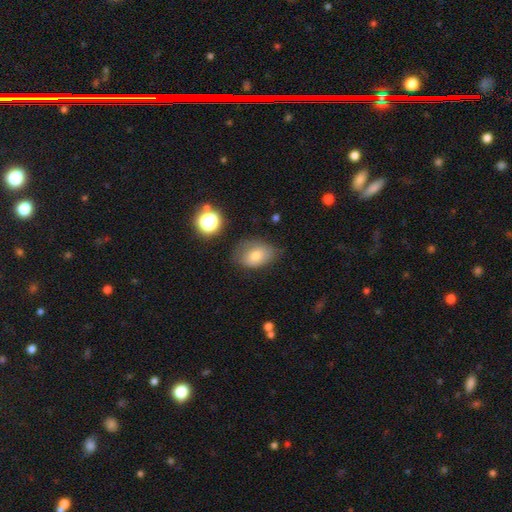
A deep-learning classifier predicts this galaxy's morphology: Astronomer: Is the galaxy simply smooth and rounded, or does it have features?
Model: smooth — 70%.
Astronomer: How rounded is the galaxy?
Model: in between — 80%.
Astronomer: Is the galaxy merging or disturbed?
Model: none — 59%.